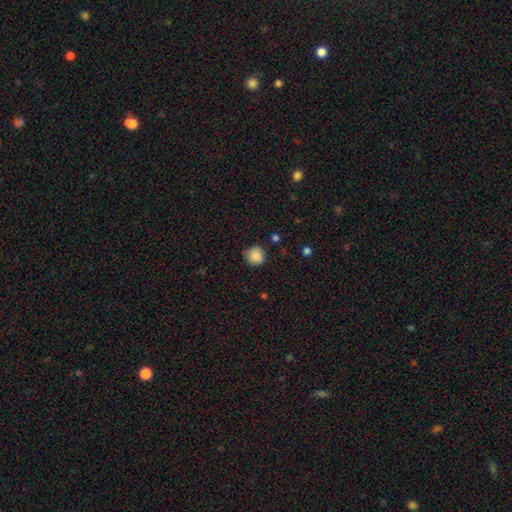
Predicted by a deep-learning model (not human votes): Smooth or featured?
  - smooth: 86% *
  - star or artifact: 9%
  - featured or disk: 4%
How rounded?
  - round: 92% *
  - in between: 7%
  - cigar-shaped: 1%
Merging?
  - none: 81% *
  - minor disturbance: 15%
  - major disturbance: 3%
  - merger: 2%